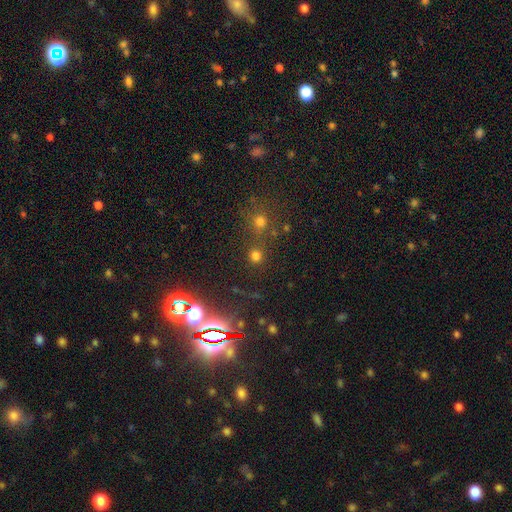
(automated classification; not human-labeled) Smooth or featured? Predicted: smooth (p=0.70). How rounded? Predicted: round (p=0.91). Merging? Predicted: none (p=0.77).